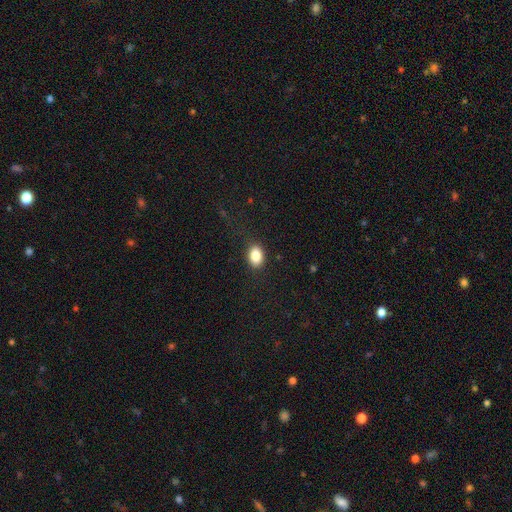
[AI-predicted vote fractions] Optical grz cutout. It shows a smooth galaxy with no disk features (86%) that is in between round and cigar-shaped (79%). Merging: none (85%).